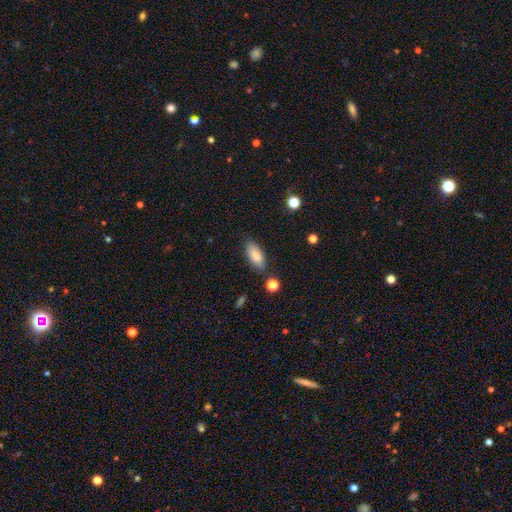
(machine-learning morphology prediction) A smooth galaxy with no disk features (82%) that is in between round and cigar-shaped (83%). Merging: none (78%).